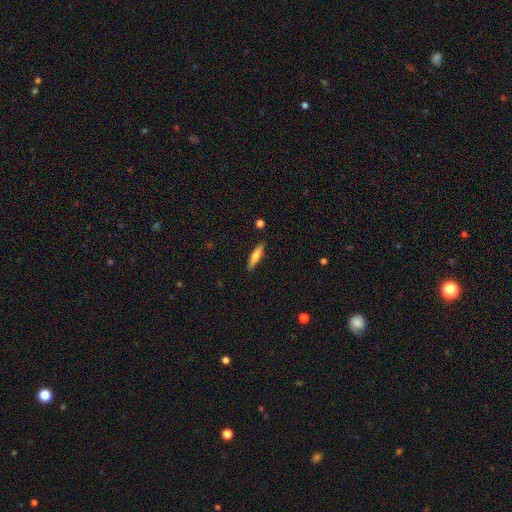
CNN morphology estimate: Smooth or featured? smooth (66%)
How rounded? cigar-shaped (79%)
Merging? none (88%)